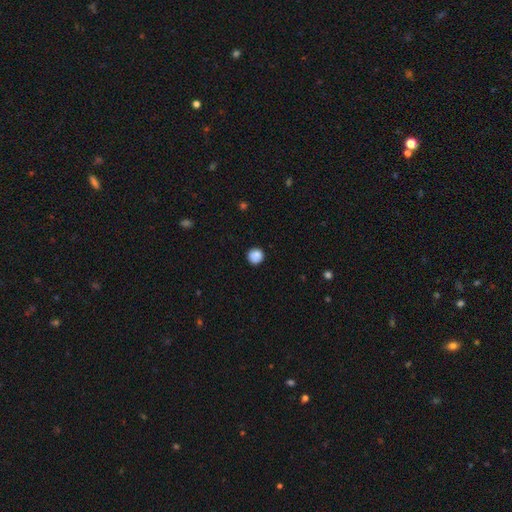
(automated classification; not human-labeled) Smooth or featured?
  - smooth: 86% *
  - star or artifact: 9%
  - featured or disk: 5%
How rounded?
  - round: 94% *
  - in between: 5%
  - cigar-shaped: 1%
Merging?
  - none: 87% *
  - minor disturbance: 9%
  - major disturbance: 2%
  - merger: 1%